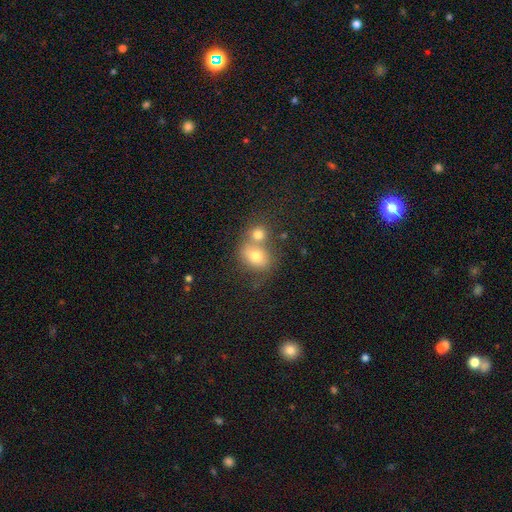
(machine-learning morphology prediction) smooth-or-featured: smooth: 72% | featured or disk: 16% | star or artifact: 11%
  how-rounded: round: 58% | in between: 41% | cigar-shaped: 1%
  merging: merger: 53% | none: 34% | minor disturbance: 9% | major disturbance: 4%